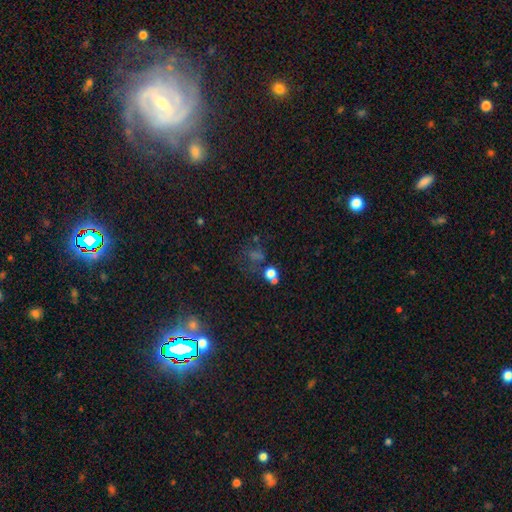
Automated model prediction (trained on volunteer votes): A star or artifact, not a galaxy (53%).

Vote fractions:
- Smooth or featured? star or artifact: 53% / smooth: 31% / featured or disk: 17%